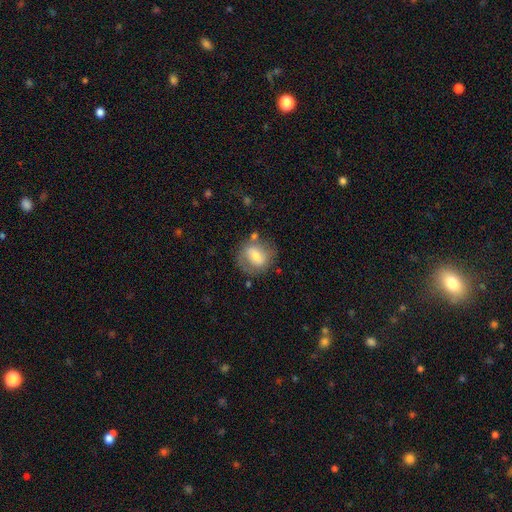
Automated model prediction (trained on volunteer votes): Smooth or featured?
  - smooth: 51% *
  - featured or disk: 42%
  - star or artifact: 8%
How rounded?
  - round: 70% *
  - in between: 29%
  - cigar-shaped: 1%
Merging?
  - none: 66% *
  - minor disturbance: 19%
  - major disturbance: 9%
  - merger: 6%